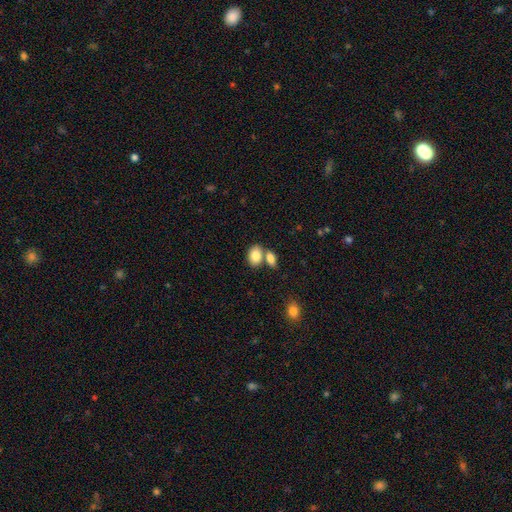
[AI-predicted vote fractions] smooth 84%, featured or disk 8%, star or artifact 7%. Down the decision tree: how rounded — in between (81%); merging — none (48%).